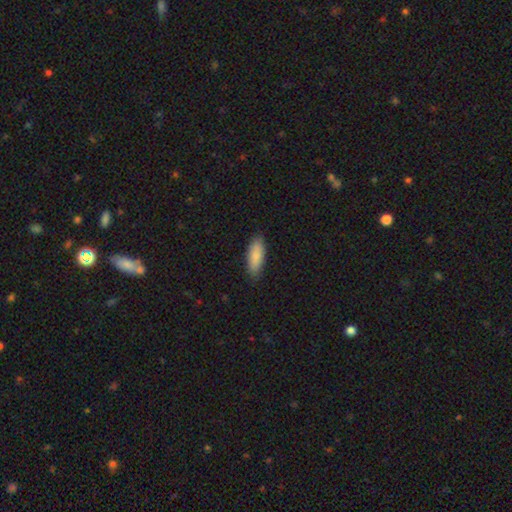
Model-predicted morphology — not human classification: A smooth galaxy with no disk features (86%) that is in between round and cigar-shaped (71%). Merging: none (85%).